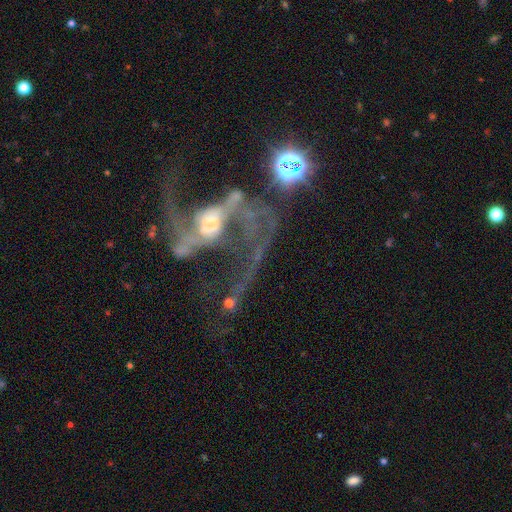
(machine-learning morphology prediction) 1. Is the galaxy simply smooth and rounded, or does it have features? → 89% featured or disk, 7% star or artifact, 4% smooth.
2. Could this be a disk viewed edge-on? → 96% no, 4% yes.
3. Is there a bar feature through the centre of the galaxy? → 39% weak, 34% strong, 27% no.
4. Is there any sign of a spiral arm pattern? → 96% yes, 4% no.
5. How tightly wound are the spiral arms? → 62% loose, 32% medium, 6% tight.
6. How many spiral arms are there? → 91% 2, 2% 1, 2% can't tell, 2% 3, 1% 4, 1% more than 4.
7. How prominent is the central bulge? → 47% moderate, 30% small, 15% large, 6% none, 3% dominant.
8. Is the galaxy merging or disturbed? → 51% none, 22% major disturbance, 15% minor disturbance, 12% merger.